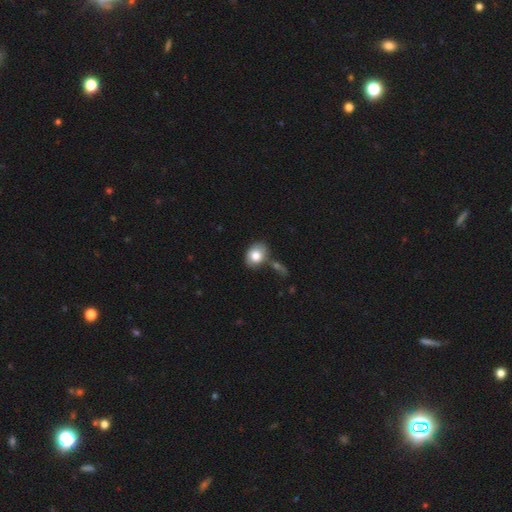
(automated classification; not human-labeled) A smooth galaxy with no disk features (76%) that is in between round and cigar-shaped (65%).

Vote fractions:
- Smooth or featured? smooth: 76% / featured or disk: 17% / star or artifact: 7%
- How rounded? in between: 65% / round: 34% / cigar-shaped: 1%
- Merging? none: 55% / merger: 20% / minor disturbance: 19% / major disturbance: 7%